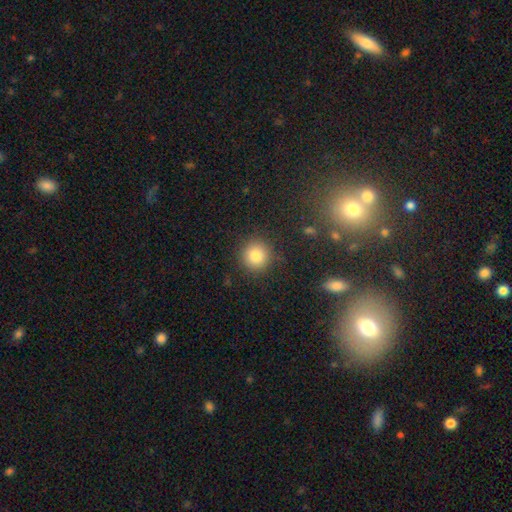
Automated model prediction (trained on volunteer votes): smooth 83%, star or artifact 11%, featured or disk 6%. Down the decision tree: how rounded — round (94%); merging — none (89%).